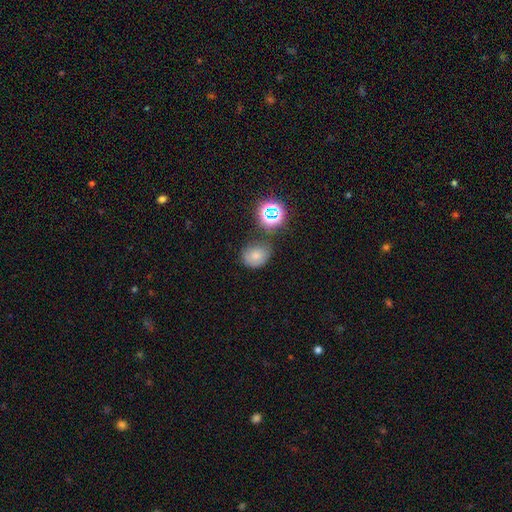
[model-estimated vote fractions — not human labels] smooth 69%, star or artifact 19%, featured or disk 13%. Down the decision tree: how rounded — round (54%); merging — none (61%).